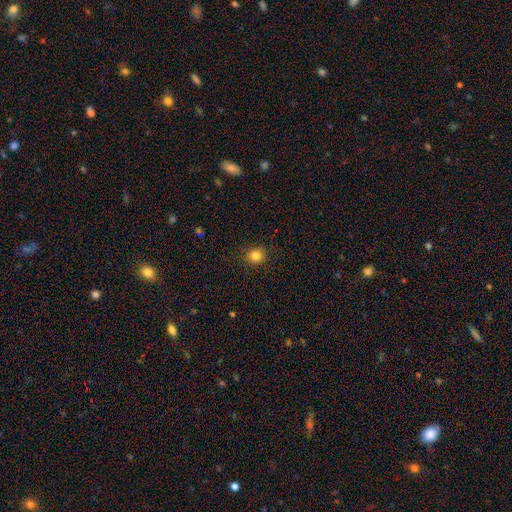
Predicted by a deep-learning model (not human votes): A smooth galaxy with no disk features (84%) that is round (86%).

Vote fractions:
- Smooth or featured? smooth: 84% / star or artifact: 12% / featured or disk: 5%
- How rounded? round: 86% / in between: 13% / cigar-shaped: 1%
- Merging? none: 90% / minor disturbance: 7% / major disturbance: 2% / merger: 1%